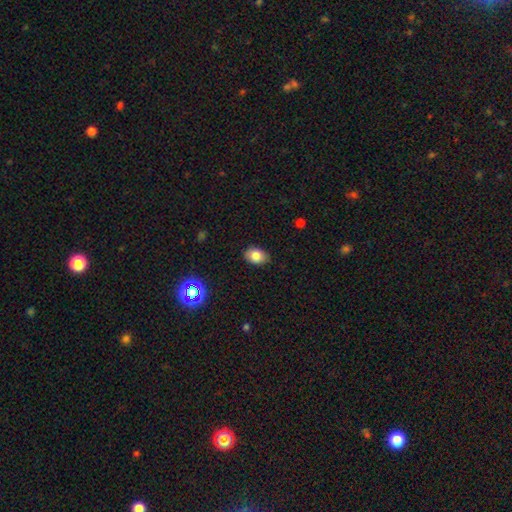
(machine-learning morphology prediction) Q: Smooth or featured?
A: smooth (82%); runner-up: star or artifact (10%)
Q: How rounded?
A: in between (79%); runner-up: round (20%)
Q: Merging?
A: none (84%); runner-up: minor disturbance (13%)